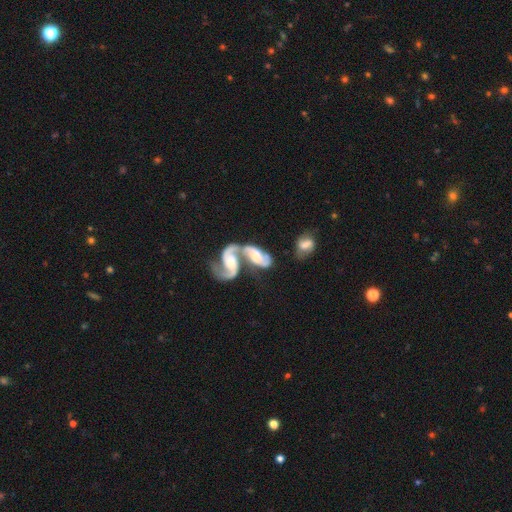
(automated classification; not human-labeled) This is clearly a featured or disk galaxy (85%). It is clearly not viewed edge-on (96%). Bar: possibly no (47%). Spiral arm pattern: clearly yes (95%). Spiral arm count: clearly 2 (88%). Spiral winding: possibly medium (46%). Central bulge: possibly moderate (46%). Merging: likely merger (66%).